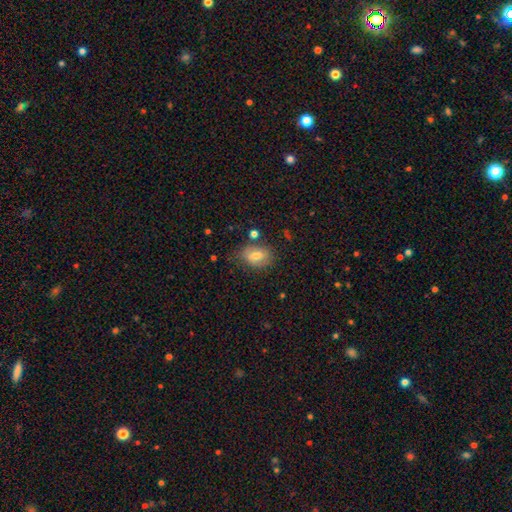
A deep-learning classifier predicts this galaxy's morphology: A smooth galaxy with no disk features (68%) that is in between round and cigar-shaped (80%). Merging: none (72%).